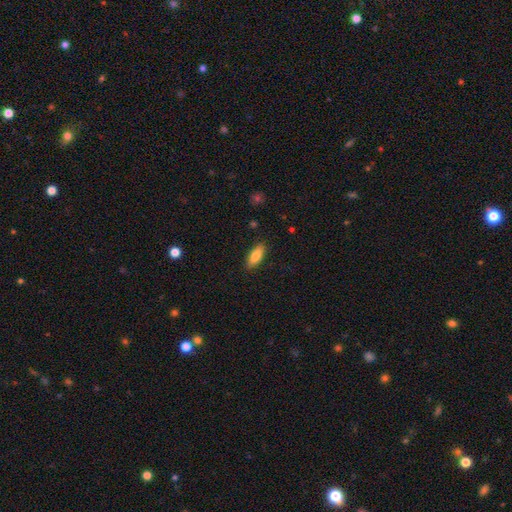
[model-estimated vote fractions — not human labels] The model was most divided on "how rounded": in between: 71%, cigar-shaped: 27%, round: 2%. More confident: merging — none (87%); smooth or featured — smooth (81%).